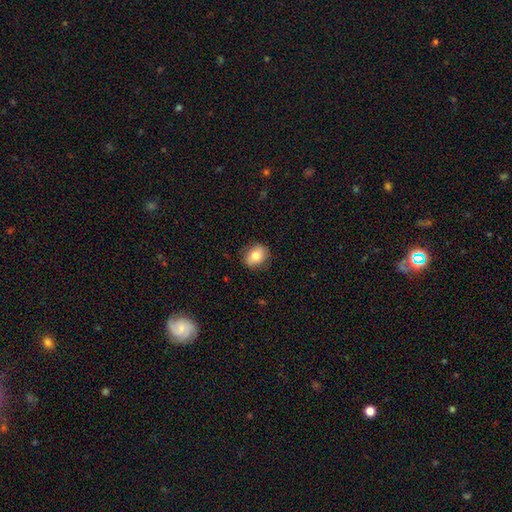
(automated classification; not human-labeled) This appears to be a smooth galaxy with no disk features (78%) that is in between round and cigar-shaped (52%). Merging: none (84%).